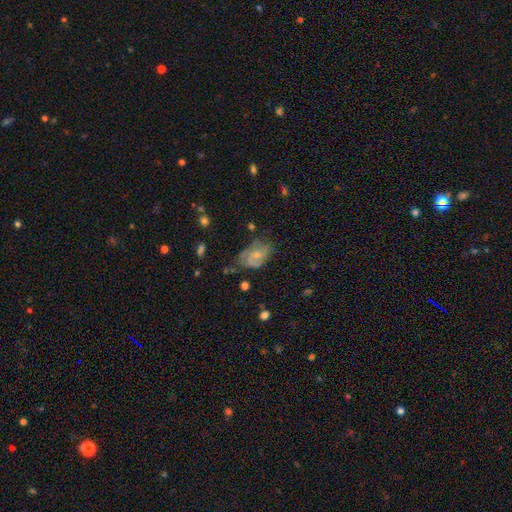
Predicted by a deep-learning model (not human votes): Q: Smooth or featured?
A: featured or disk (56%); runner-up: smooth (36%)
Q: Edge-on disk?
A: no (96%); runner-up: yes (4%)
Q: Bar?
A: no (70%); runner-up: weak (26%)
Q: Spiral arms?
A: yes (74%); runner-up: no (26%)
Q: Bulge size?
A: small (52%); runner-up: moderate (36%)
Q: Merging?
A: none (52%); runner-up: minor disturbance (30%)